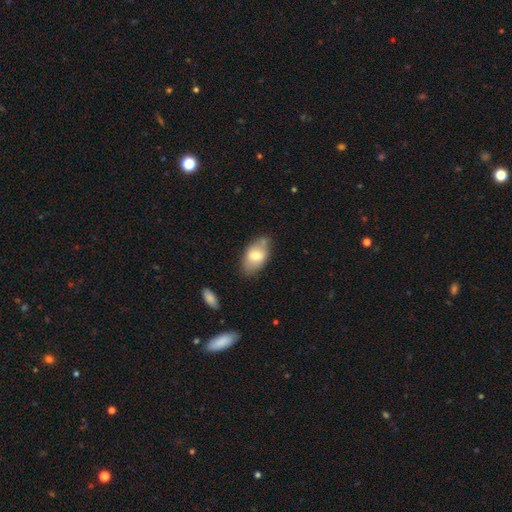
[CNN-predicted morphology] smooth-or-featured: smooth: 71% | featured or disk: 22% | star or artifact: 7%
  how-rounded: in between: 91% | round: 7% | cigar-shaped: 2%
  merging: none: 66% | minor disturbance: 22% | merger: 8% | major disturbance: 5%